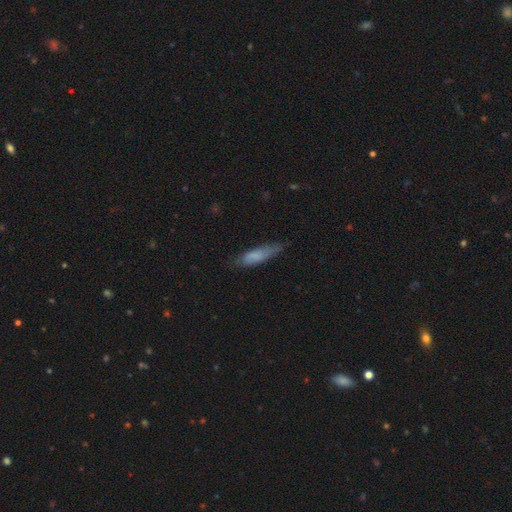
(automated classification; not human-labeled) Smooth or featured?
  - smooth: 73% *
  - featured or disk: 20%
  - star or artifact: 7%
How rounded?
  - cigar-shaped: 65% *
  - in between: 33%
  - round: 2%
Merging?
  - none: 64% *
  - minor disturbance: 27%
  - major disturbance: 7%
  - merger: 2%